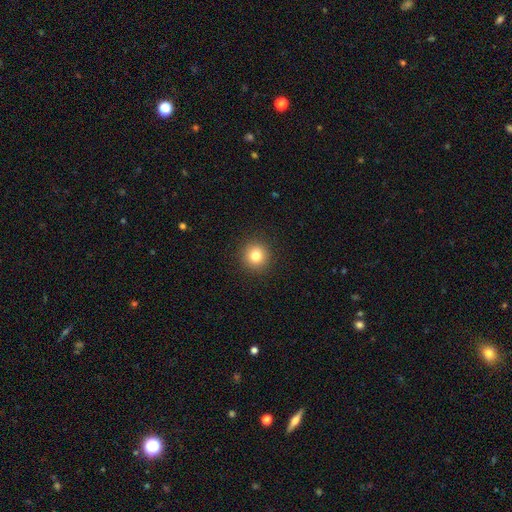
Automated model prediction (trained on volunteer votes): Smooth or featured?
  - smooth: 81% *
  - star or artifact: 12%
  - featured or disk: 7%
How rounded?
  - round: 94% *
  - in between: 5%
  - cigar-shaped: 1%
Merging?
  - none: 92% *
  - minor disturbance: 5%
  - major disturbance: 2%
  - merger: 1%